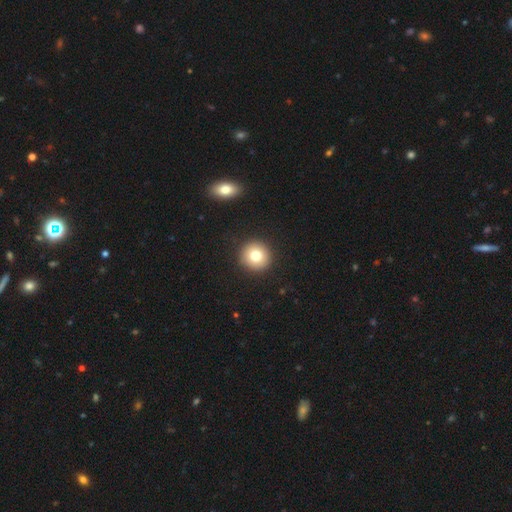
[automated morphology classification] smooth 78%, featured or disk 12%, star or artifact 11%. Down the decision tree: how rounded — round (94%); merging — none (92%).